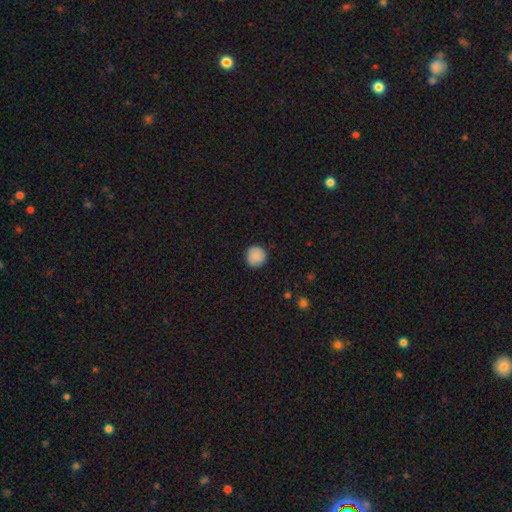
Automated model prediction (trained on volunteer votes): Smooth or featured: smooth — 89% (star or artifact — 8%)
How rounded: round — 95% (in between — 5%)
Merging: none — 90% (minor disturbance — 7%)